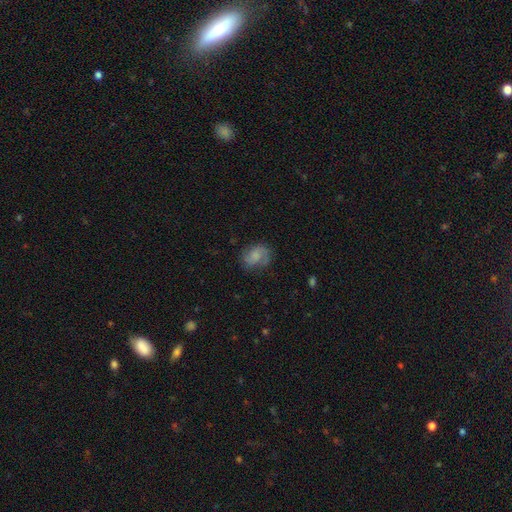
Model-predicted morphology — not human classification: Q: Smooth or featured?
A: featured or disk (53%); runner-up: smooth (38%)
Q: Edge-on disk?
A: no (98%); runner-up: yes (2%)
Q: Bar?
A: no (60%); runner-up: weak (34%)
Q: Spiral arms?
A: yes (90%); runner-up: no (10%)
Q: Bulge size?
A: none (44%); runner-up: small (25%)
Q: Merging?
A: none (68%); runner-up: minor disturbance (20%)